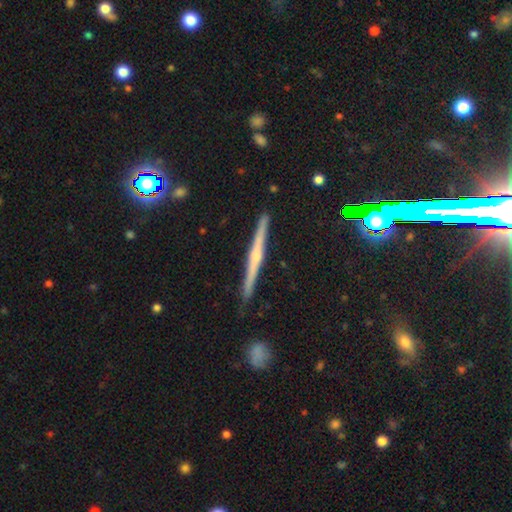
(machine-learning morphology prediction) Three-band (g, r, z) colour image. It shows a featured or disk galaxy (75%) viewed edge-on (98%) with a rounded central bulge (77%). Merging: none (91%).